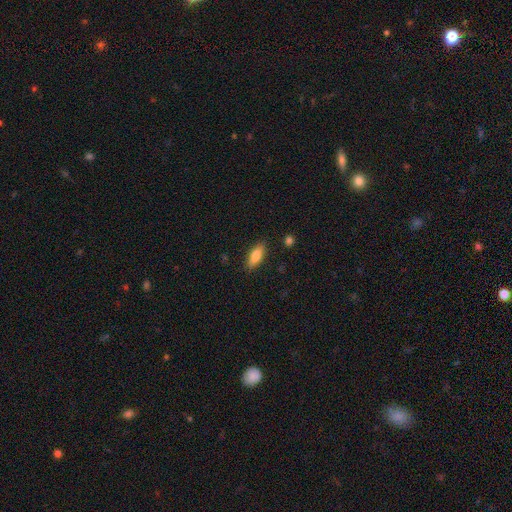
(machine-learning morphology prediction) Overall: smooth (81%). How rounded: in between (68%; cigar-shaped 30%). Merging: none (86%).